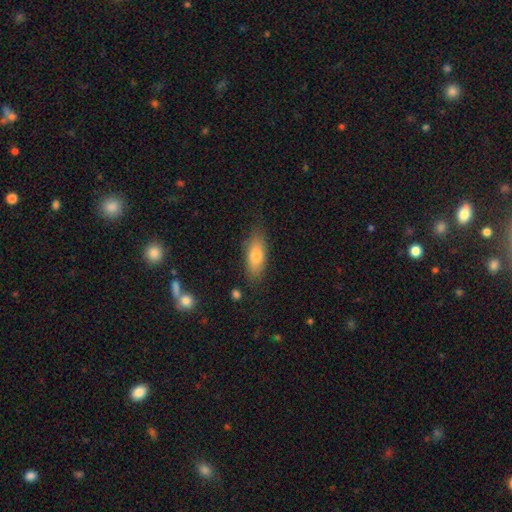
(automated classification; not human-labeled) Q: Smooth or featured?
A: smooth (77%); runner-up: featured or disk (16%)
Q: How rounded?
A: in between (73%); runner-up: cigar-shaped (24%)
Q: Merging?
A: none (79%); runner-up: minor disturbance (15%)